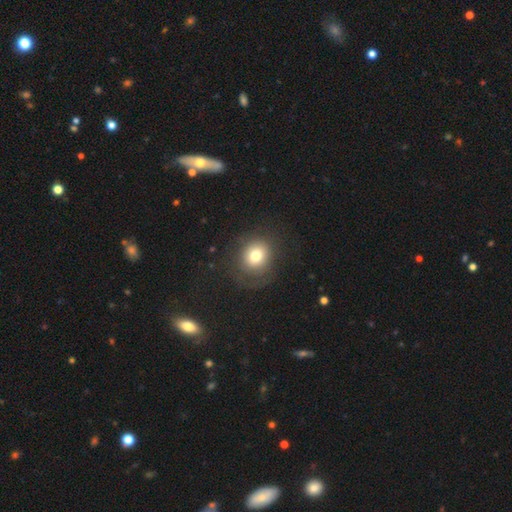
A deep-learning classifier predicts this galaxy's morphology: Smooth or featured? smooth (73%)
How rounded? round (77%)
Merging? none (73%)